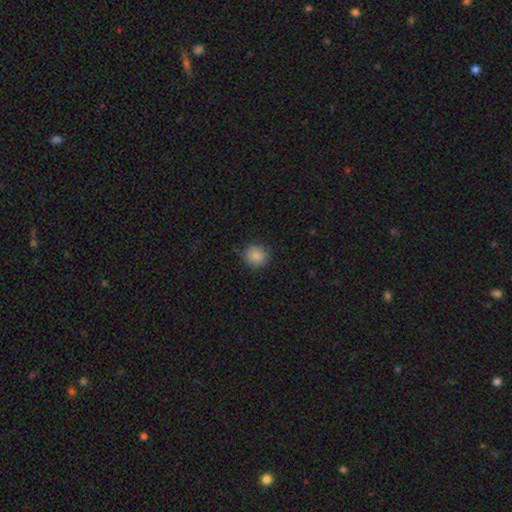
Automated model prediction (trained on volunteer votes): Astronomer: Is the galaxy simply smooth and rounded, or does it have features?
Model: smooth — 86%.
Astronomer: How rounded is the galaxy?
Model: round — 90%.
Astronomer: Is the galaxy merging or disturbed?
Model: none — 86%.